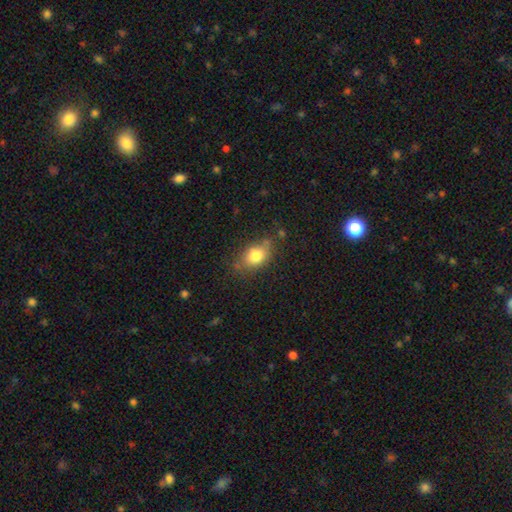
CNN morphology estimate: type=smooth (79%); roundness=in between (74%); merging=none (64%).